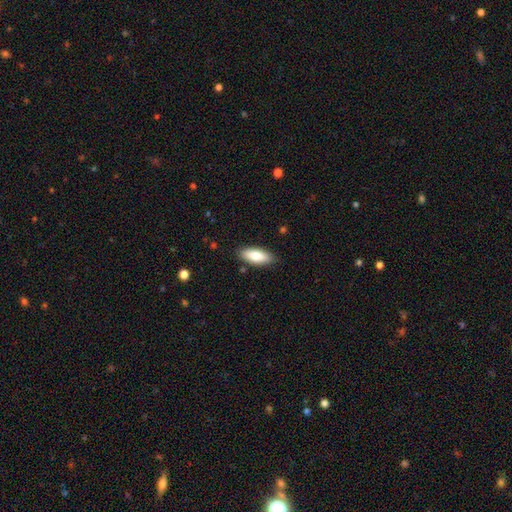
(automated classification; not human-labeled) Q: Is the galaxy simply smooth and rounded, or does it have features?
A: smooth — 78%.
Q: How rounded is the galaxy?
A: in between — 78%.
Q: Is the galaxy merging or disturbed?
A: none — 87%.